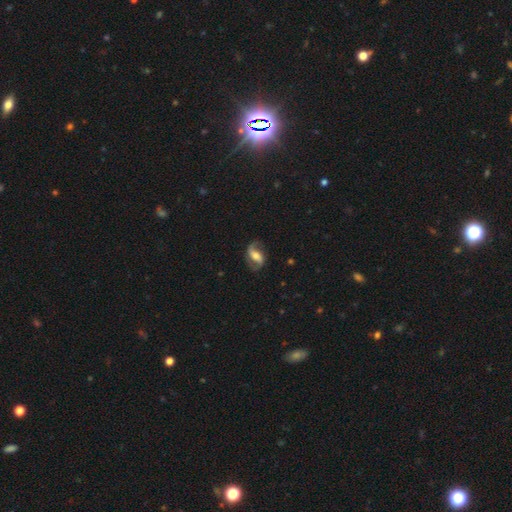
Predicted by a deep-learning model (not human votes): This is clearly a featured or disk galaxy (80%). It is clearly not viewed edge-on (96%). Bar: marginally weak (39%). Spiral arm pattern: clearly yes (94%). Spiral arm count: clearly 2 (91%). Spiral winding: possibly loose (52%). Central bulge: possibly moderate (55%). Merging: likely none (77%).